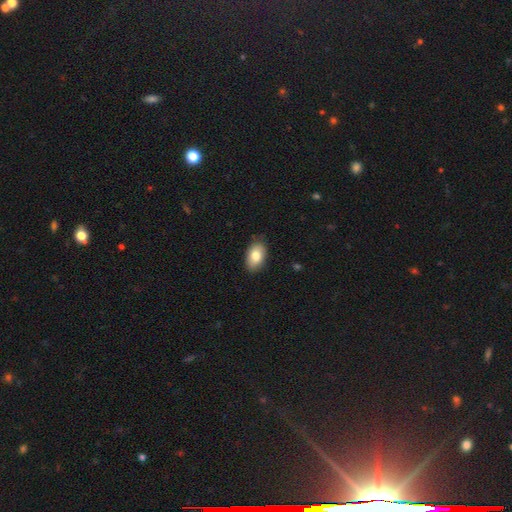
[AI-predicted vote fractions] The model was most divided on "smooth or featured": smooth: 80%, featured or disk: 13%, star or artifact: 7%. More confident: how rounded — in between (91%); merging — none (82%).